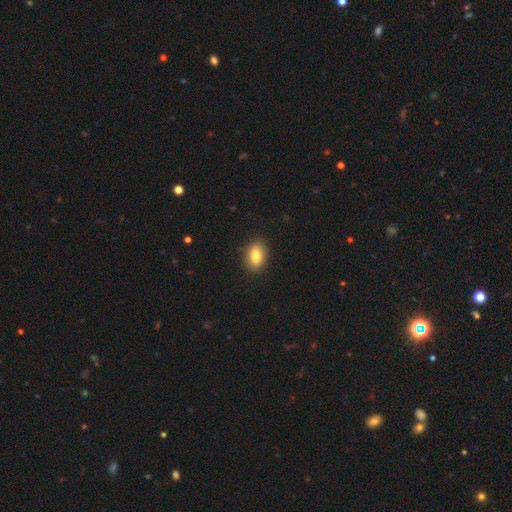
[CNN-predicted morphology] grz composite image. It shows a smooth galaxy with no disk features (82%) that is in between round and cigar-shaped (81%). Merging: none (88%).